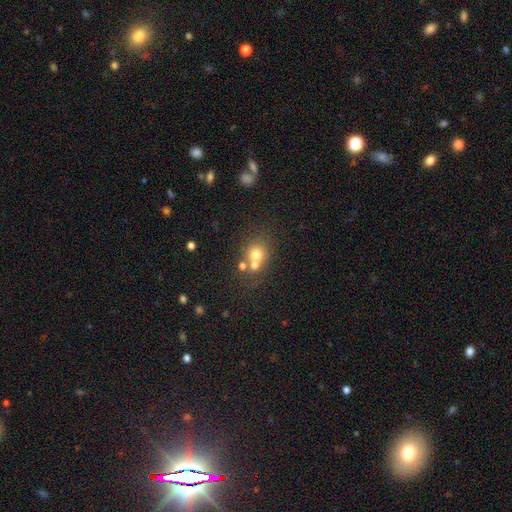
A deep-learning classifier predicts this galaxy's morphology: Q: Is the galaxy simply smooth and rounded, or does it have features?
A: smooth — 68%.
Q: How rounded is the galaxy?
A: round — 76%.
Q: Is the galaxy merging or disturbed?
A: none — 44%.